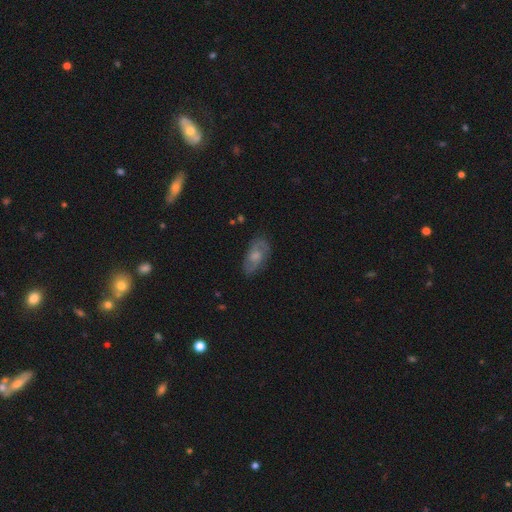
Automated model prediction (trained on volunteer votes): A featured or disk galaxy (57%) with no bar (67%), spiral arms (79%) and a moderate central bulge (50%). Merging: none (75%).